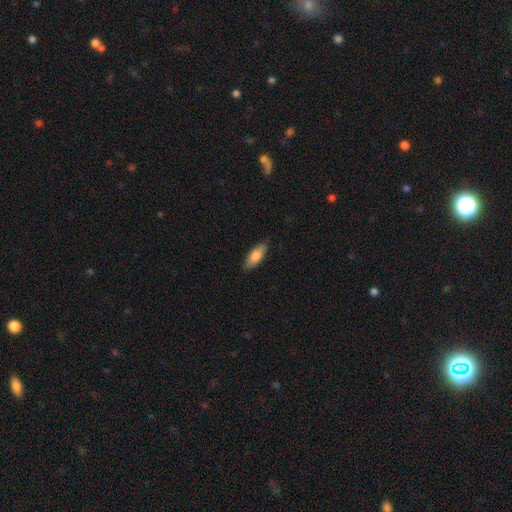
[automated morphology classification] This appears to be a smooth galaxy with no disk features (81%) that is in between round and cigar-shaped (73%). Merging: none (85%).